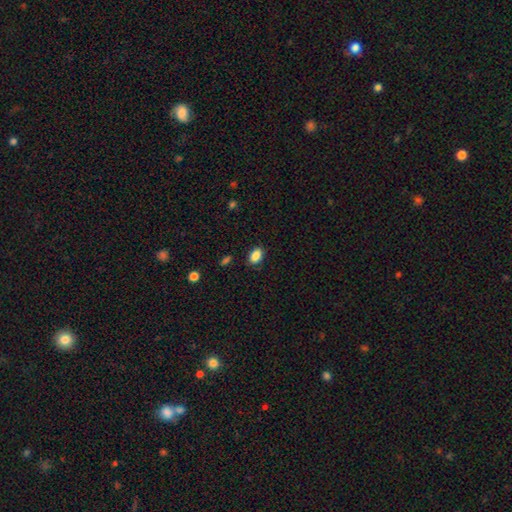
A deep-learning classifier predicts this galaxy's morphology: Smooth or featured? Predicted: smooth (p=0.87). How rounded? Predicted: in between (p=0.86). Merging? Predicted: none (p=0.87).